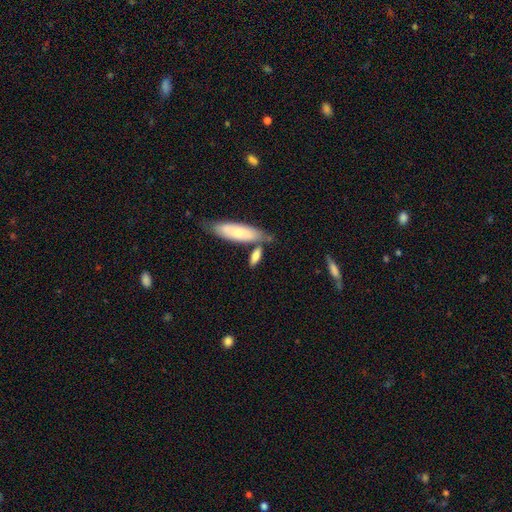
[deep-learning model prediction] smooth_or_featured: smooth (p=0.77) [alt: featured or disk p=0.17]
how_rounded: in between (p=0.58) [alt: cigar-shaped p=0.39]
merging: none (p=0.56) [alt: merger p=0.24]